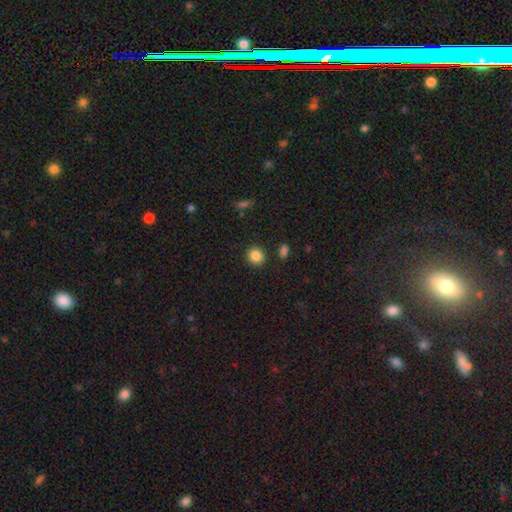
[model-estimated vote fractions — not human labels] smooth 86%, star or artifact 10%, featured or disk 4%. Down the decision tree: how rounded — round (88%); merging — none (89%).